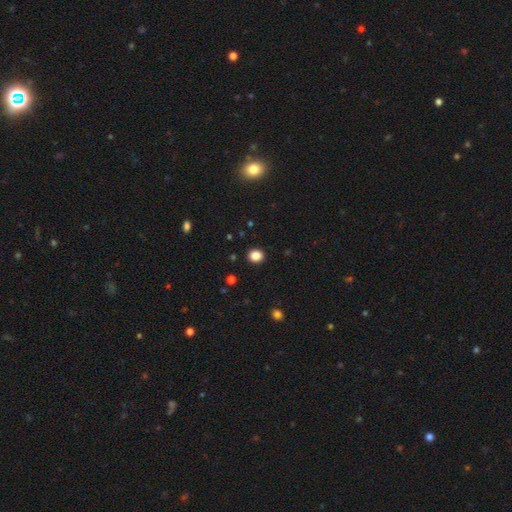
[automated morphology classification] type=smooth (86%); roundness=round (65%); merging=none (91%).